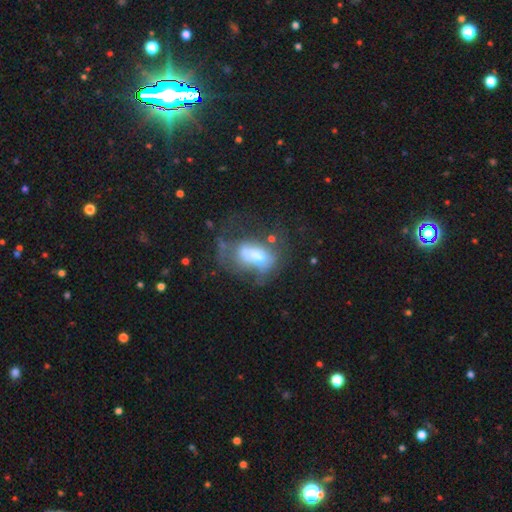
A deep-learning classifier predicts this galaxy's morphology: A featured or disk galaxy (47%). Merging: major disturbance (40%).